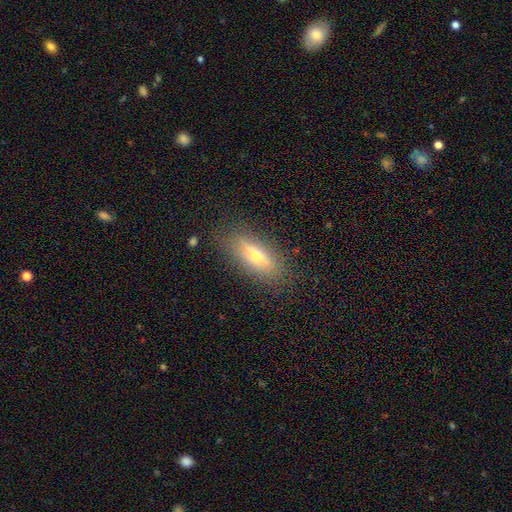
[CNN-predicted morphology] Smooth or featured: smooth — 49% (featured or disk — 42%)
Merging: none — 83% (minor disturbance — 12%)